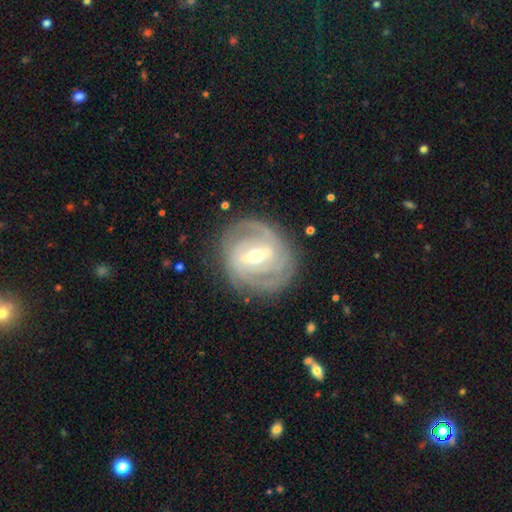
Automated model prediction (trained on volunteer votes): This is clearly a featured or disk galaxy (87%). It is clearly not viewed edge-on (96%). Bar: possibly strong (52%). Spiral arm pattern: clearly yes (94%). Spiral arm count: marginally 2 (37%). Spiral winding: likely tight (67%). Central bulge: likely moderate (62%). Merging: clearly none (81%).